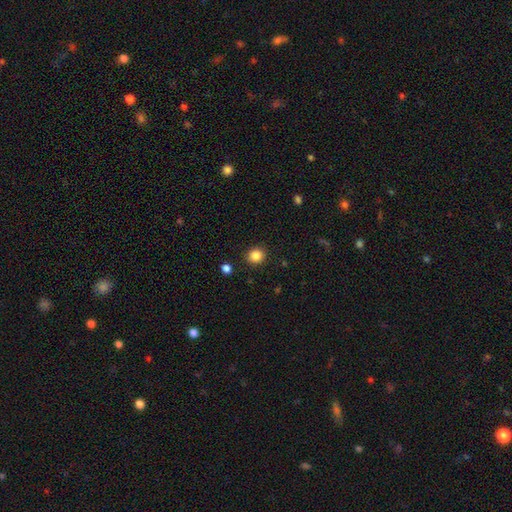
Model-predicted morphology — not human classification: This is clearly a smooth galaxy (85%). How rounded: clearly round (83%). Merging: clearly none (90%).